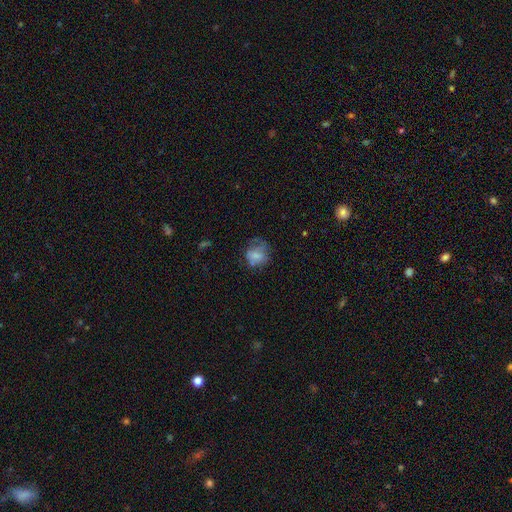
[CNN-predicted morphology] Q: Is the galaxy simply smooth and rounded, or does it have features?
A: smooth — 67%.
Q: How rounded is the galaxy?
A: round — 66%.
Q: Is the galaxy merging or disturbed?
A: none — 45%.